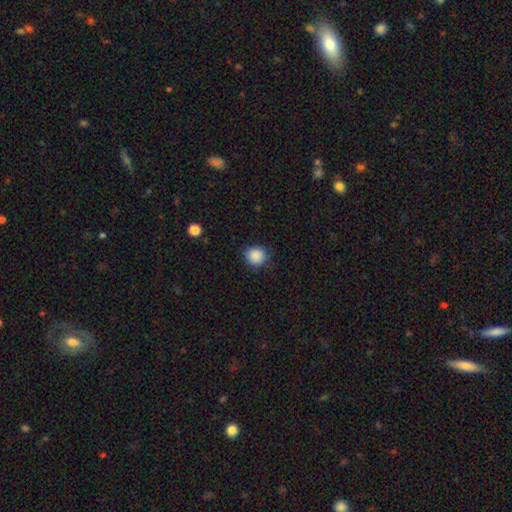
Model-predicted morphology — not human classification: smooth_or_featured: smooth (p=0.87) [alt: star or artifact p=0.09]
how_rounded: round (p=0.85) [alt: in between p=0.15]
merging: none (p=0.85) [alt: minor disturbance p=0.11]